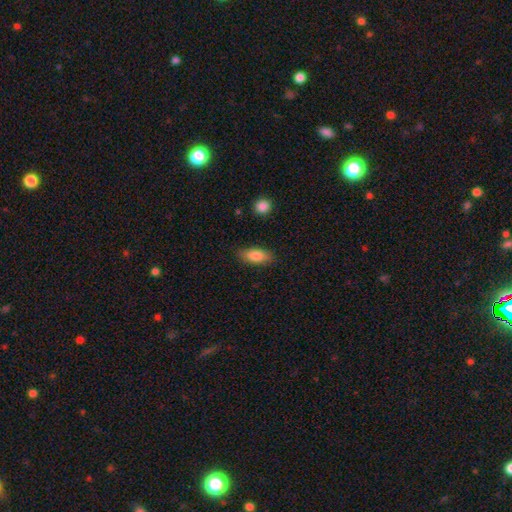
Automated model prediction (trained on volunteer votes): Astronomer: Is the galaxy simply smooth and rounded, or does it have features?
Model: smooth — 84%.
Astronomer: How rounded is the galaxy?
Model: in between — 83%.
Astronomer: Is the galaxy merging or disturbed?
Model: none — 85%.